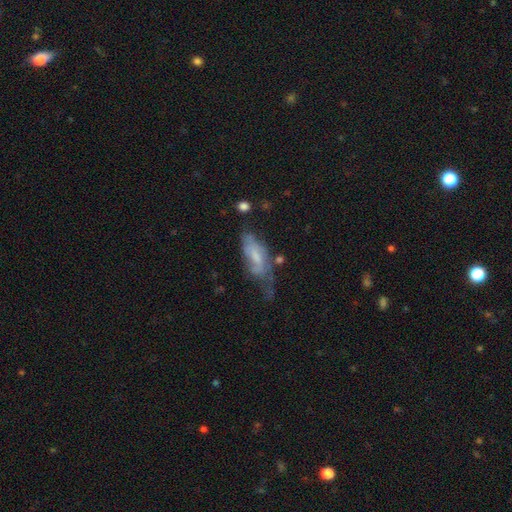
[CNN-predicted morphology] Smooth or featured: featured or disk — 49% (smooth — 43%)
Merging: none — 33% (minor disturbance — 31%)